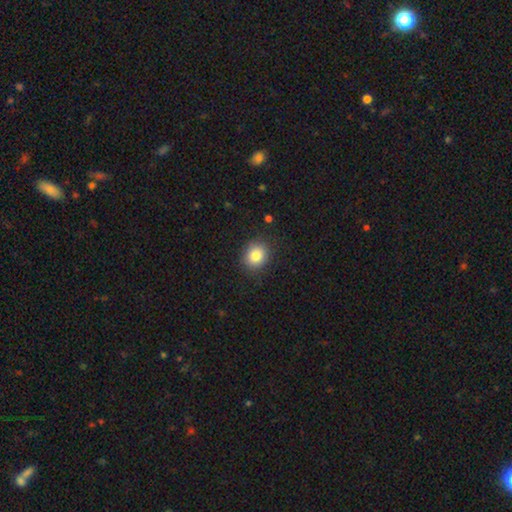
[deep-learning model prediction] The model was most divided on "how rounded": round: 69%, in between: 30%, cigar-shaped: 1%. More confident: merging — none (87%); smooth or featured — smooth (83%).